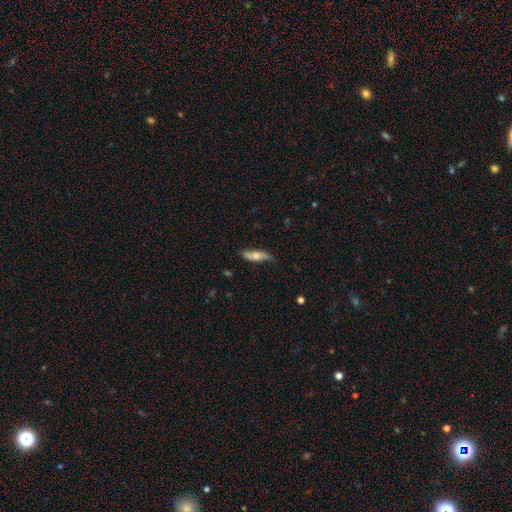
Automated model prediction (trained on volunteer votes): Smooth or featured? Predicted: smooth (p=0.51). How rounded? Predicted: cigar-shaped (p=0.50). Merging? Predicted: none (p=0.75).